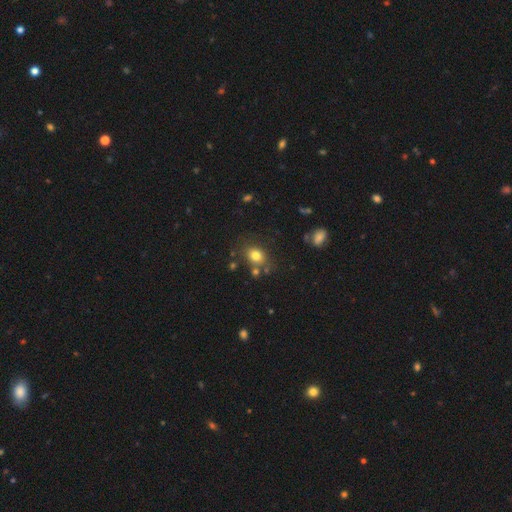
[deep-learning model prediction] This is likely a smooth galaxy (78%). How rounded: possibly in between (55%). Merging: likely none (72%).